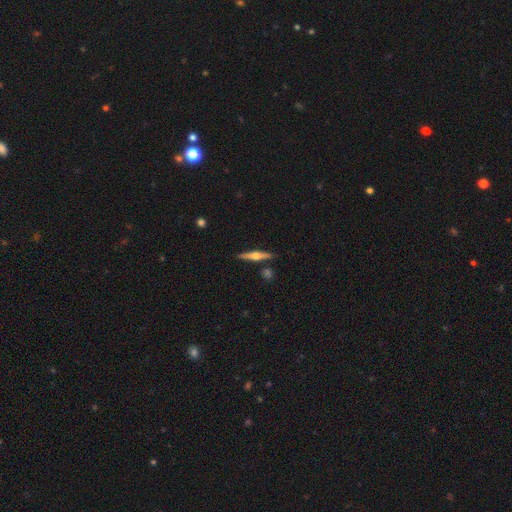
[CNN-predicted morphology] Smooth or featured: featured or disk — 70% (smooth — 25%)
Edge-on disk: yes — 97% (no — 3%)
Edge-on bulge: rounded — 93% (boxy — 4%)
Merging: none — 87% (minor disturbance — 7%)